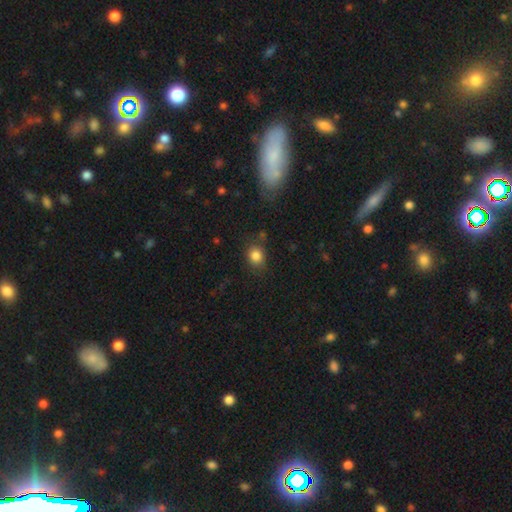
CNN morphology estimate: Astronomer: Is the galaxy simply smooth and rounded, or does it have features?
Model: smooth — 84%.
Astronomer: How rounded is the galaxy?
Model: round — 64%.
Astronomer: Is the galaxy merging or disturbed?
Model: none — 75%.